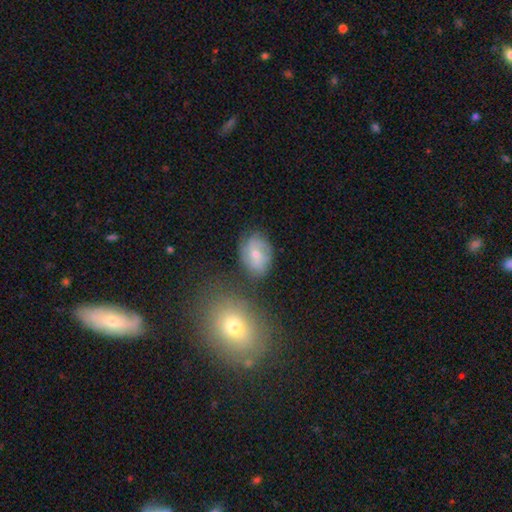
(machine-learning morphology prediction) The model was most divided on "smooth or featured": featured or disk: 56%, smooth: 35%, star or artifact: 9%. More confident: edge-on disk — no (96%); spiral arms — yes (82%); merging — none (65%); bulge size — small (59%); bar — no (59%).